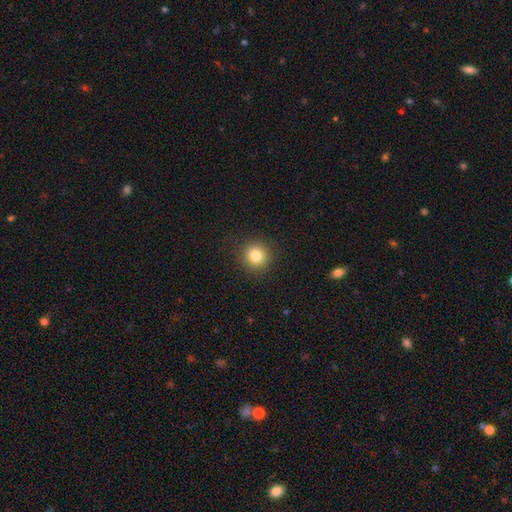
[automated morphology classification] This is clearly a smooth galaxy (82%). How rounded: clearly round (93%). Merging: clearly none (91%).